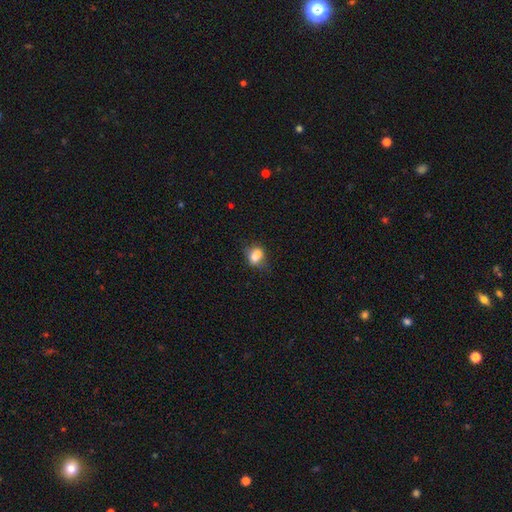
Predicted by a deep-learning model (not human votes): The model was most divided on "how rounded": round: 51%, in between: 47%, cigar-shaped: 2%. Remaining: smooth or featured — smooth (70%); merging — merger (45%).